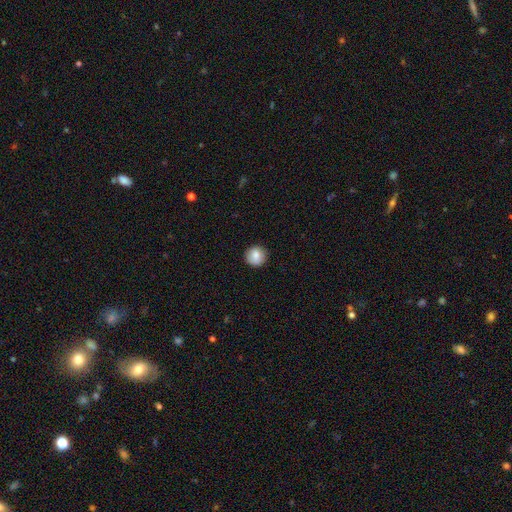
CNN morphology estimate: Smooth or featured: smooth — 84% (star or artifact — 8%)
How rounded: round — 94% (in between — 5%)
Merging: none — 90% (minor disturbance — 7%)